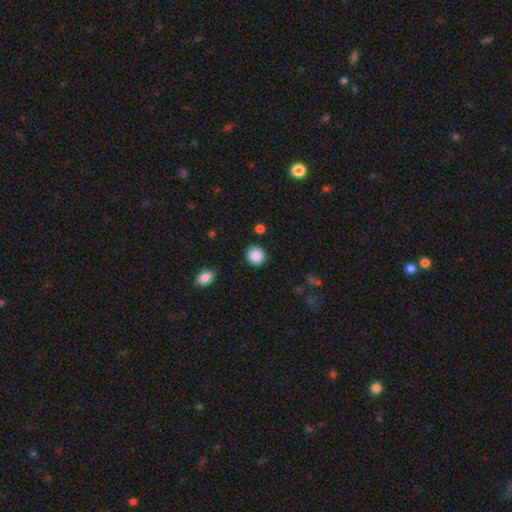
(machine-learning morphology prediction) A smooth galaxy with no disk features (88%) that is round (93%).

Vote fractions:
- Smooth or featured? smooth: 88% / star or artifact: 9% / featured or disk: 3%
- How rounded? round: 93% / in between: 7% / cigar-shaped: 1%
- Merging? none: 90% / minor disturbance: 6% / major disturbance: 2% / merger: 2%